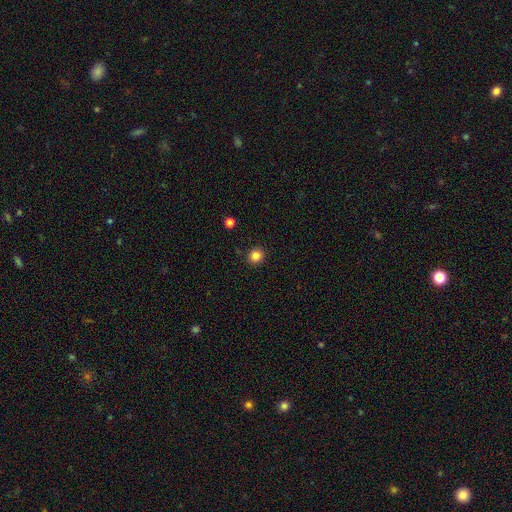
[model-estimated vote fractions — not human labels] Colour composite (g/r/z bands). It shows a smooth galaxy with no disk features (84%) that is round (87%). Merging: none (91%).